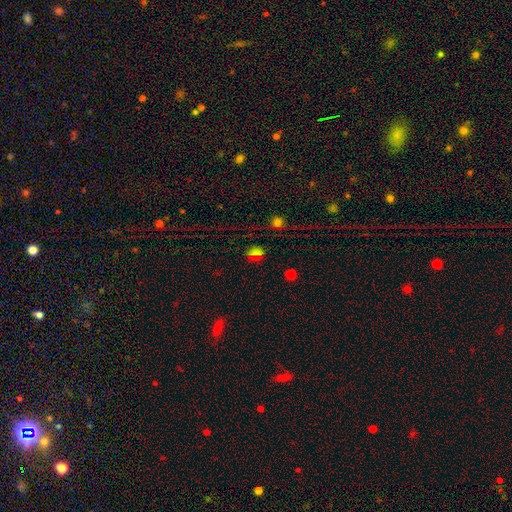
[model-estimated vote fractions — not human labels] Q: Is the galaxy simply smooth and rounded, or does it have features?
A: smooth — 55%.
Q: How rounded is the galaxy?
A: round — 63%.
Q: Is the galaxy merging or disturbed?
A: none — 79%.